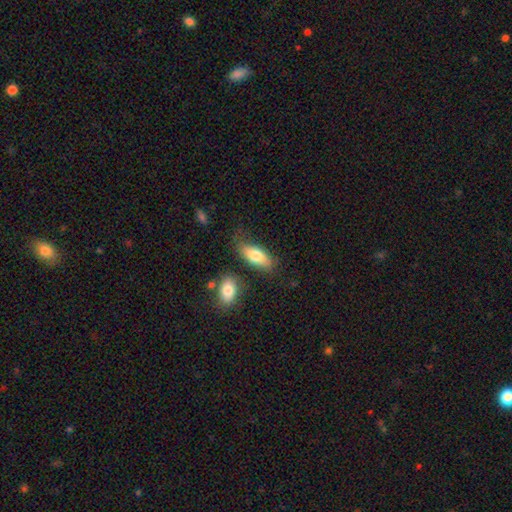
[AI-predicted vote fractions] smooth-or-featured: smooth: 77% | featured or disk: 17% | star or artifact: 6%
  how-rounded: in between: 82% | cigar-shaped: 15% | round: 3%
  merging: none: 67% | minor disturbance: 20% | merger: 8% | major disturbance: 6%